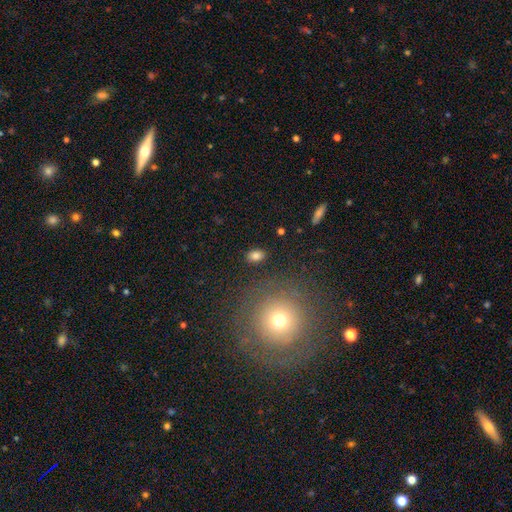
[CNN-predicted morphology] A smooth galaxy with no disk features (82%) that is in between round and cigar-shaped (80%). Merging: none (86%).